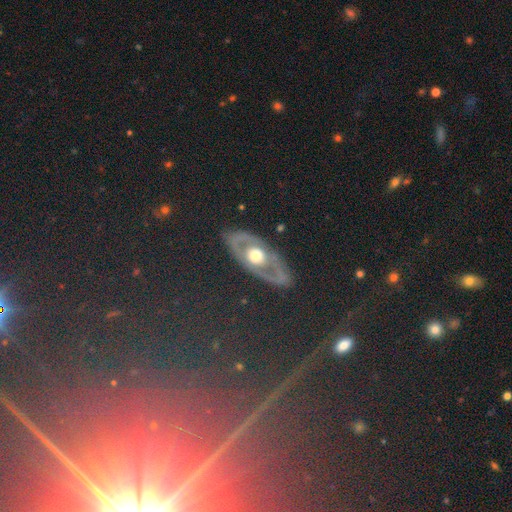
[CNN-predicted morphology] smooth-or-featured: featured or disk: 71% | smooth: 21% | star or artifact: 9%
  disk-edge-on: no: 84% | yes: 16%
    bar: no: 86% | weak: 9% | strong: 4%
    has-spiral-arms: no: 57% | yes: 43%
    bulge-size: moderate: 67% | large: 24% | small: 6% | dominant: 2% | none: 1%
  merging: none: 81% | minor disturbance: 12% | major disturbance: 6% | merger: 2%